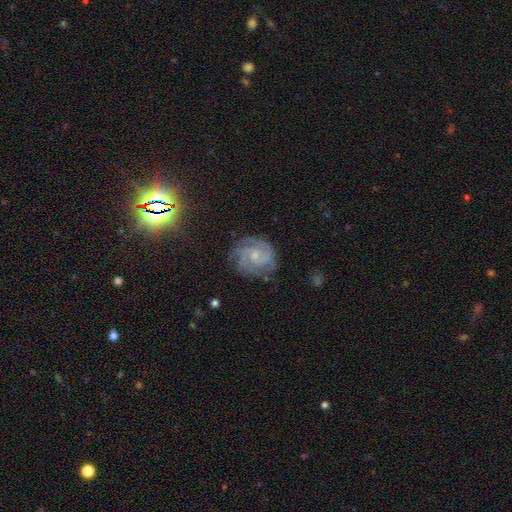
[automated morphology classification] Q: Smooth or featured?
A: featured or disk (82%); runner-up: smooth (10%)
Q: Edge-on disk?
A: no (98%); runner-up: yes (2%)
Q: Bar?
A: no (66%); runner-up: weak (29%)
Q: Spiral arms?
A: yes (97%); runner-up: no (3%)
Q: Spiral winding?
A: tight (60%); runner-up: medium (34%)
Q: Spiral arm count?
A: 3 (36%); runner-up: can't tell (20%)
Q: Bulge size?
A: small (64%); runner-up: moderate (29%)
Q: Merging?
A: none (72%); runner-up: minor disturbance (19%)